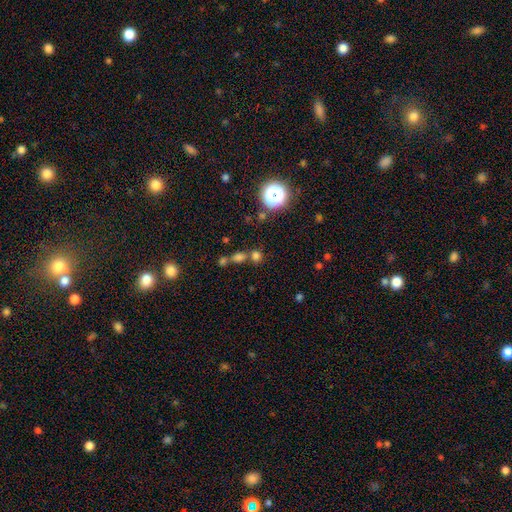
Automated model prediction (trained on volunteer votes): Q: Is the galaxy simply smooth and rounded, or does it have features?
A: smooth — 67%.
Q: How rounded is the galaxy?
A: round — 77%.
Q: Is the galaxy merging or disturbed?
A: none — 58%.